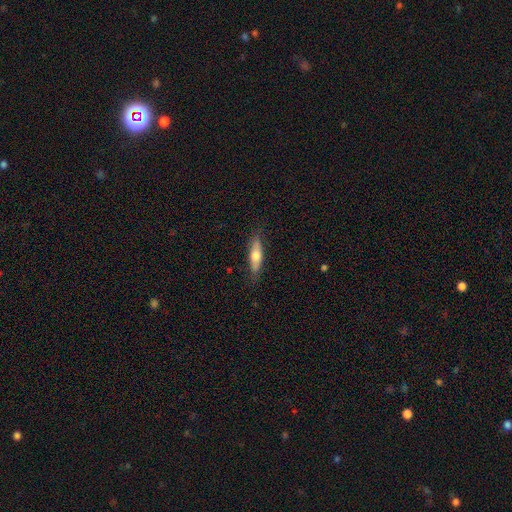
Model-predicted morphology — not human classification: smooth-or-featured: smooth: 60% | featured or disk: 34% | star or artifact: 6%
  how-rounded: cigar-shaped: 59% | in between: 39% | round: 2%
  merging: none: 82% | minor disturbance: 14% | major disturbance: 3% | merger: 1%